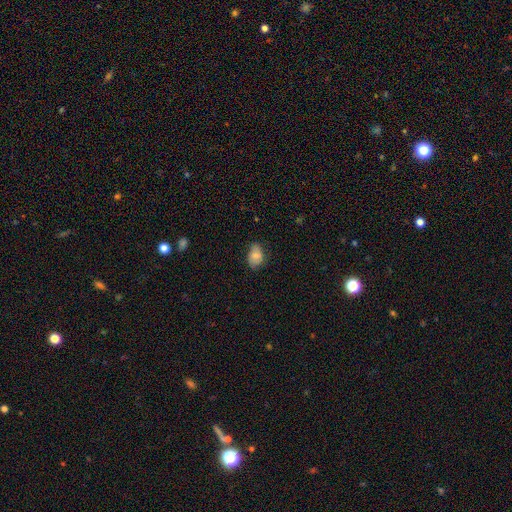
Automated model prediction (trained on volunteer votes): This appears to be a smooth galaxy with no disk features (73%) that is in between round and cigar-shaped (82%). Merging: none (64%).